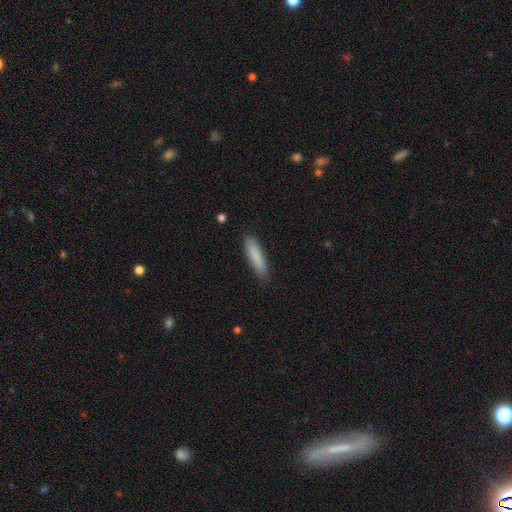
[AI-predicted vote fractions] Smooth or featured?
  - smooth: 85% *
  - featured or disk: 9%
  - star or artifact: 6%
How rounded?
  - cigar-shaped: 76% *
  - in between: 23%
  - round: 1%
Merging?
  - none: 86% *
  - minor disturbance: 11%
  - major disturbance: 2%
  - merger: 1%